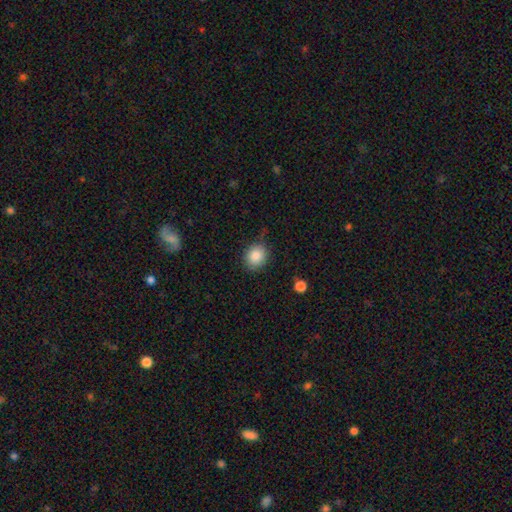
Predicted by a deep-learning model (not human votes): This appears to be a smooth galaxy with no disk features (86%) that is round (64%). Merging: none (81%).